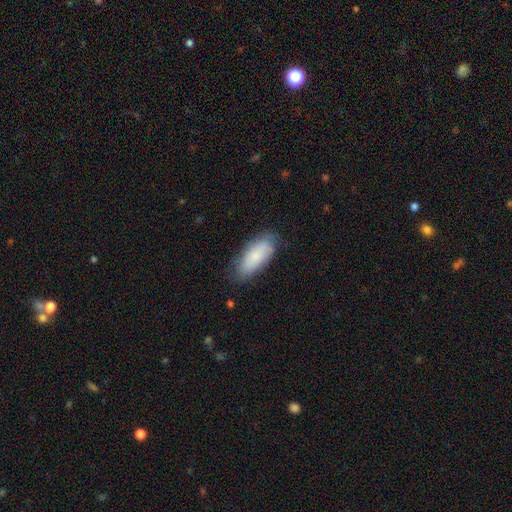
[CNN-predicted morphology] Smooth or featured? Predicted: smooth (p=0.80). How rounded? Predicted: in between (p=0.82). Merging? Predicted: none (p=0.75).